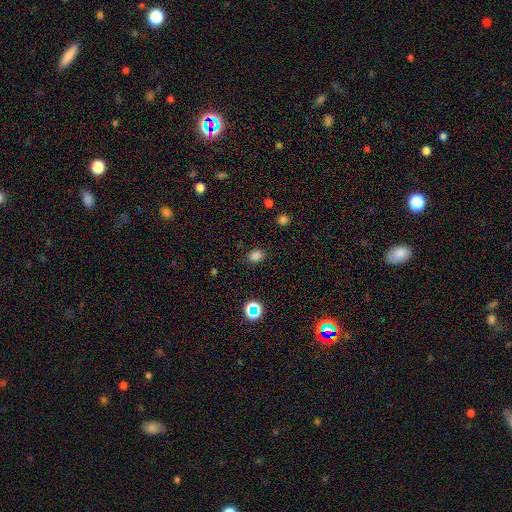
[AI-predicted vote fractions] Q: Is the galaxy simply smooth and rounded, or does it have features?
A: smooth — 79%.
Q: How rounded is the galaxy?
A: in between — 61%.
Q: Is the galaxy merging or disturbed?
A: none — 84%.